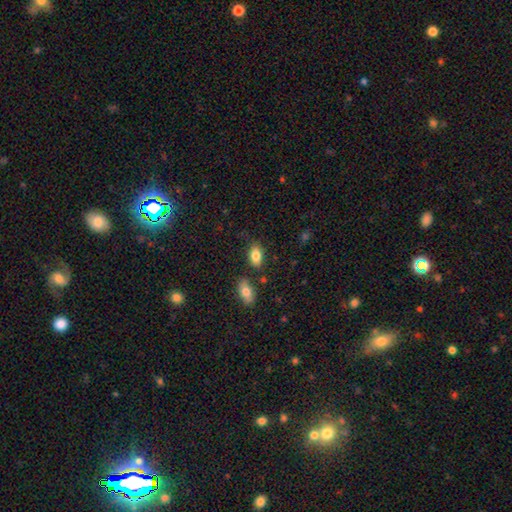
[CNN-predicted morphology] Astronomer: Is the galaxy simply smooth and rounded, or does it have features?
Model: smooth — 84%.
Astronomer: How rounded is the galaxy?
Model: in between — 91%.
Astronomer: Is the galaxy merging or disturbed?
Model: none — 76%.